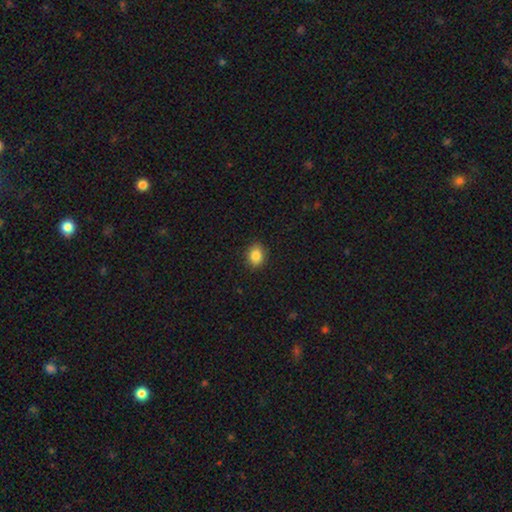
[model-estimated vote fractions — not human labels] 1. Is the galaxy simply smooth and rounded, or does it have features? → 85% smooth, 9% star or artifact, 5% featured or disk.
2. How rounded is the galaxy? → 55% in between, 44% round, 1% cigar-shaped.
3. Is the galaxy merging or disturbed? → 89% none, 8% minor disturbance, 2% major disturbance, 1% merger.